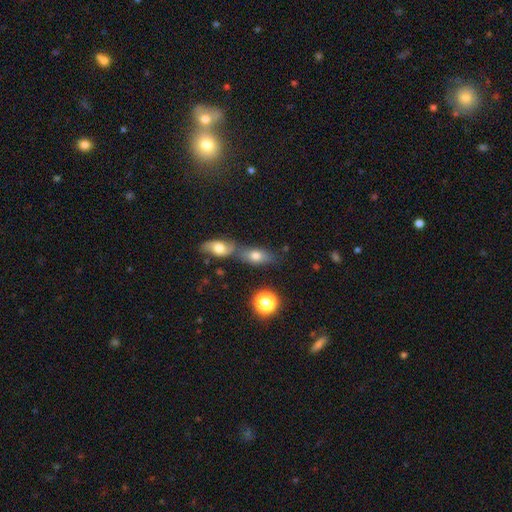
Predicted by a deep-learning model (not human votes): smooth 69%, featured or disk 19%, star or artifact 12%. Down the decision tree: how rounded — in between (79%); merging — none (50%).